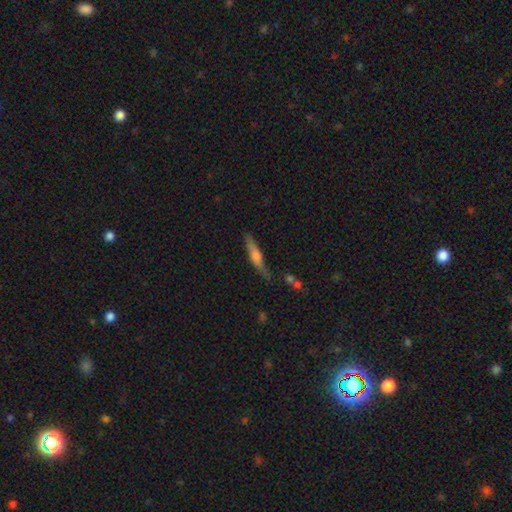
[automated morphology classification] A featured or disk galaxy (54%) viewed edge-on (93%) with a rounded central bulge (73%). Merging: none (74%).